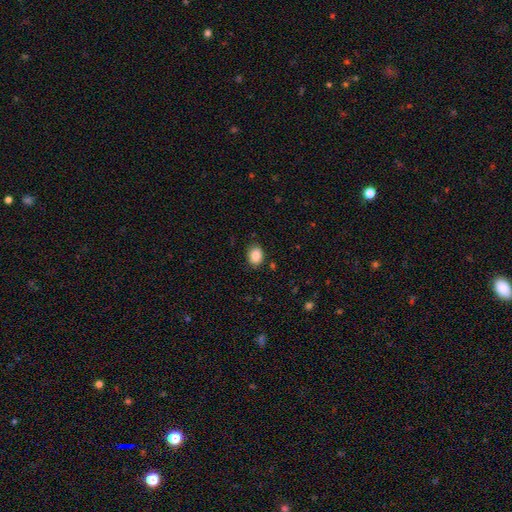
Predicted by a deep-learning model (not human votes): Overall: smooth (88%). How rounded: in between (64%; round 35%). Merging: none (86%).